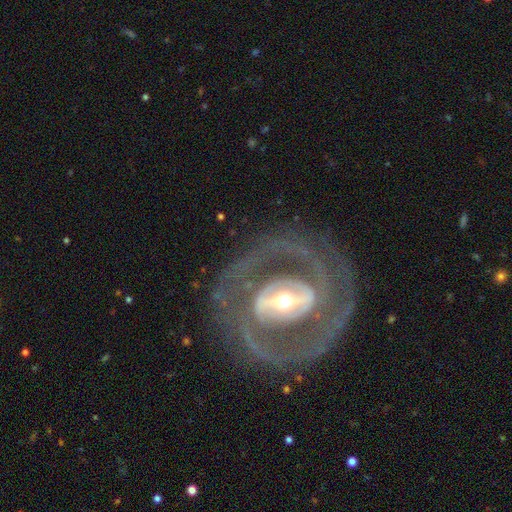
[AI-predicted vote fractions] Smooth or featured? featured or disk (86%)
Edge-on disk? no (96%)
Bar? strong (44%)
Spiral arms? yes (83%)
Spiral winding? tight (56%)
Spiral arm count? 2 (70%)
Bulge size? moderate (50%)
Merging? none (77%)